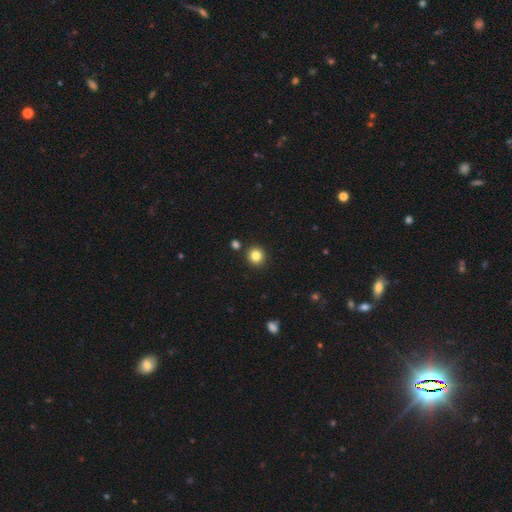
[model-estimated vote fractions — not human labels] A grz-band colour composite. It shows a smooth galaxy with no disk features (83%) that is round (90%). Merging: none (89%).